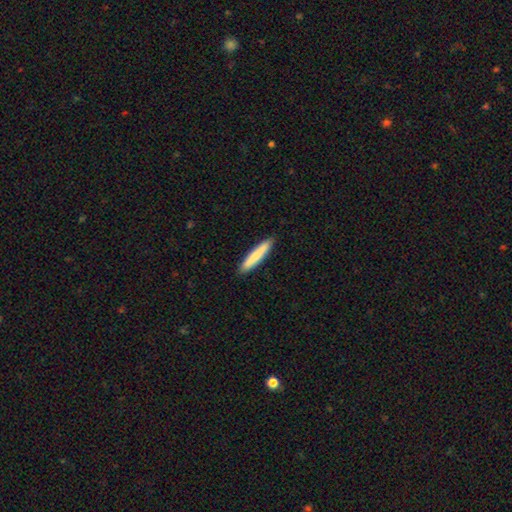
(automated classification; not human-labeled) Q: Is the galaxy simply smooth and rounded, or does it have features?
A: smooth — 76%.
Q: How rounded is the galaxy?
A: cigar-shaped — 92%.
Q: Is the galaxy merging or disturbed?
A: none — 91%.